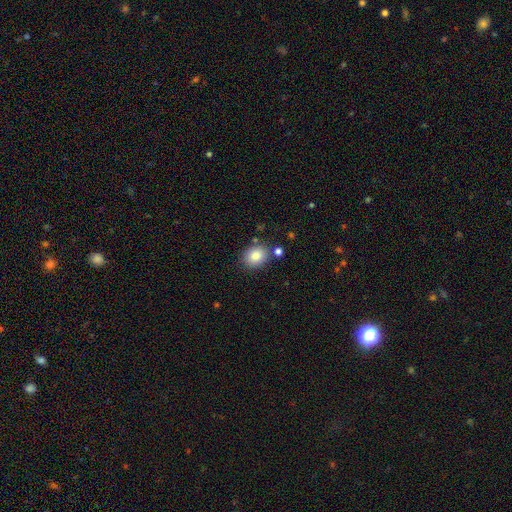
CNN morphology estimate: Smooth or featured?
  - smooth: 85% *
  - star or artifact: 9%
  - featured or disk: 6%
How rounded?
  - in between: 53% *
  - round: 46%
  - cigar-shaped: 1%
Merging?
  - none: 78% *
  - minor disturbance: 12%
  - merger: 7%
  - major disturbance: 3%